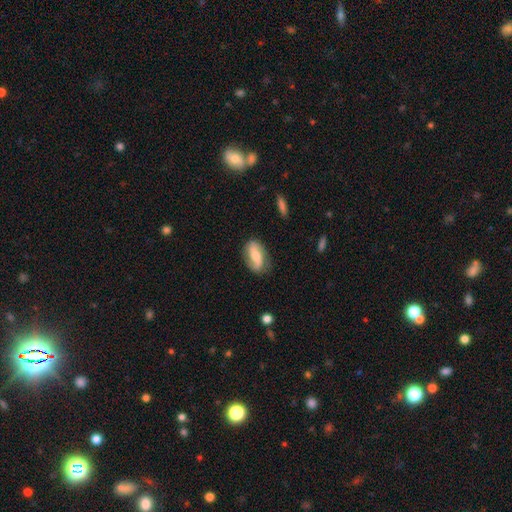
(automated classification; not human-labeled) Smooth or featured? Predicted: featured or disk (p=0.56). Edge-on disk? Predicted: no (p=0.92). Bar? Predicted: no (p=0.38). Spiral arms? Predicted: yes (p=0.84). Bulge size? Predicted: moderate (p=0.57). Merging? Predicted: none (p=0.77).